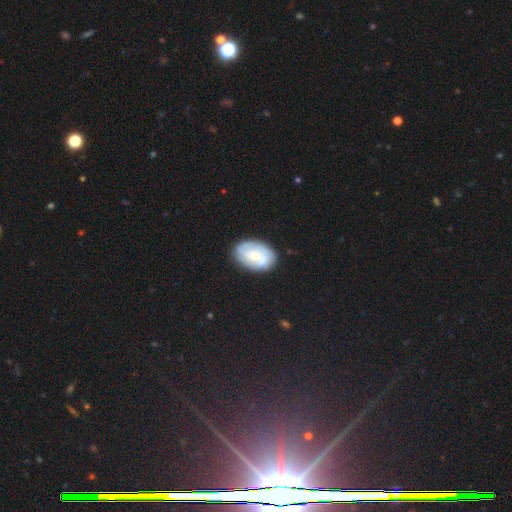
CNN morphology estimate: The model was most divided on "bulge size": moderate: 40%, small: 38%, large: 10%, none: 10%, dominant: 2%. More confident: edge-on disk — no (97%); spiral arms — yes (84%); merging — none (78%); bar — no (64%); smooth or featured — featured or disk (57%).